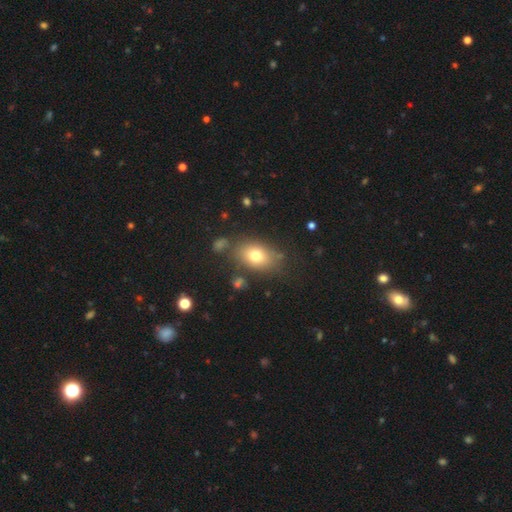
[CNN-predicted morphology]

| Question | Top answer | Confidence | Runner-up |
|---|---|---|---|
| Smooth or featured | smooth | 76% | featured or disk (13%) |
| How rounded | in between | 76% | round (22%) |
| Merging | none | 75% | minor disturbance (14%) |